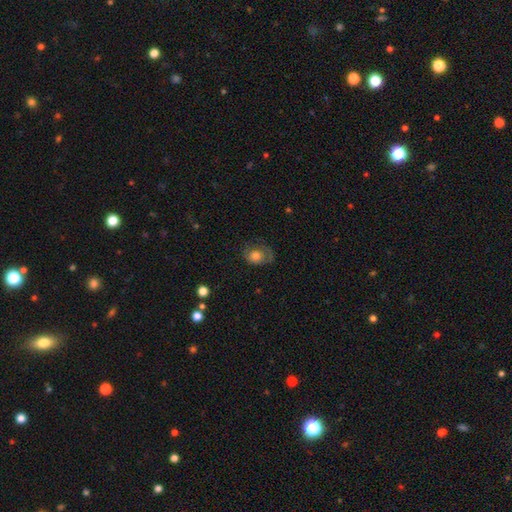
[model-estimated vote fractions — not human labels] Morphology: type=smooth (64%); roundness=in between (52%); merging=none (50%).